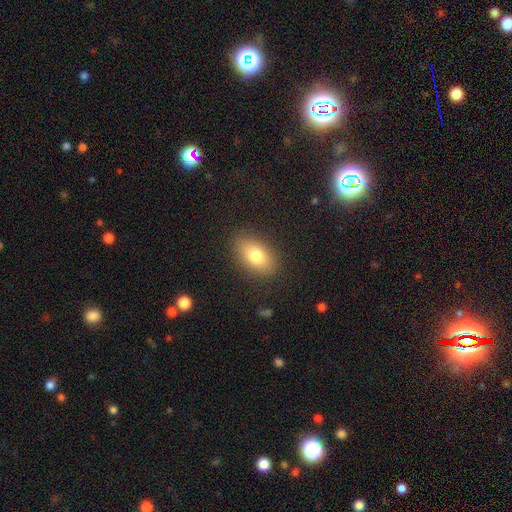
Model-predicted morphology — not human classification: This is likely a smooth galaxy (79%). How rounded: clearly in between (90%). Merging: clearly none (86%).